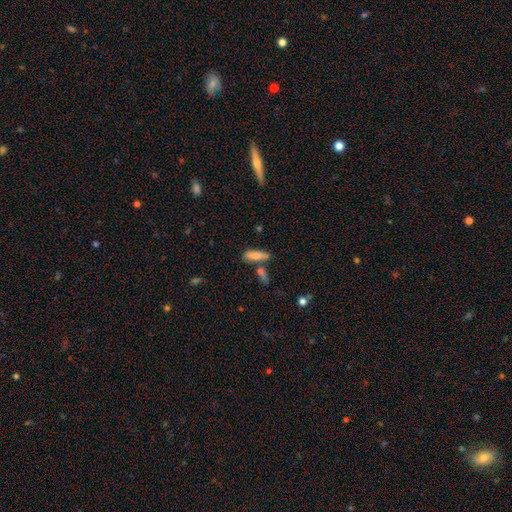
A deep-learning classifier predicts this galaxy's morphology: A smooth galaxy with no disk features (79%) that is cigar-shaped (54%). Merging: none (58%).